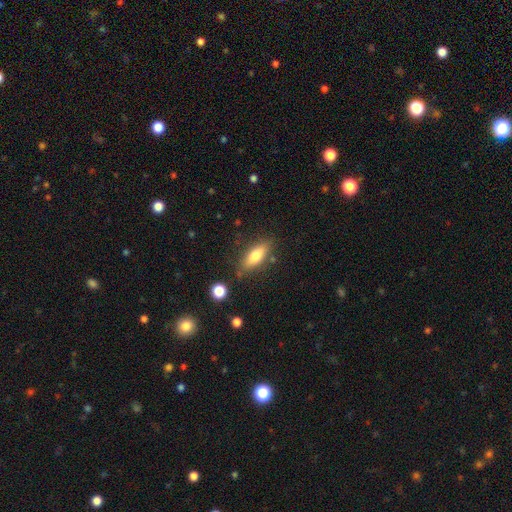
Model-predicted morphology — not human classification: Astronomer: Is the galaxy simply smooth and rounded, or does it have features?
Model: smooth — 72%.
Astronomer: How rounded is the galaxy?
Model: in between — 65%.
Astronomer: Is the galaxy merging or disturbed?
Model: none — 78%.